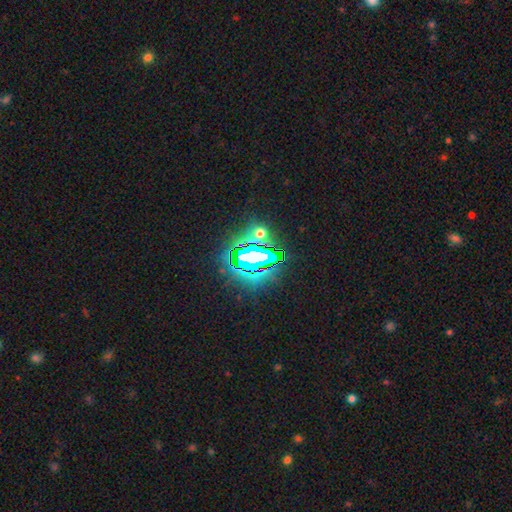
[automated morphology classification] Overall: star or artifact (75%).